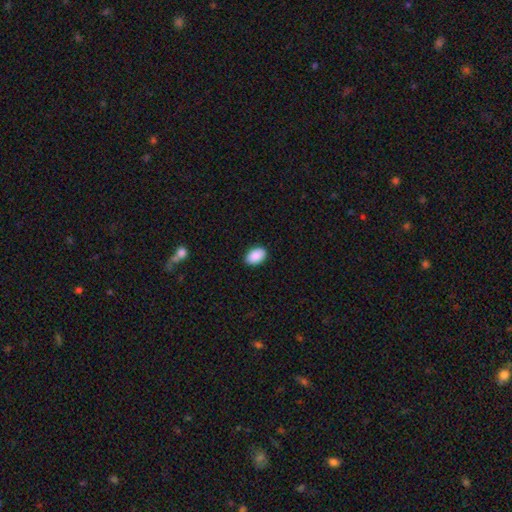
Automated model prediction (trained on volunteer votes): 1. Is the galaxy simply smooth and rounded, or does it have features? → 91% smooth, 7% star or artifact, 2% featured or disk.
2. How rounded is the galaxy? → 89% in between, 10% round, 1% cigar-shaped.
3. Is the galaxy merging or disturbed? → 90% none, 8% minor disturbance, 2% major disturbance, 1% merger.